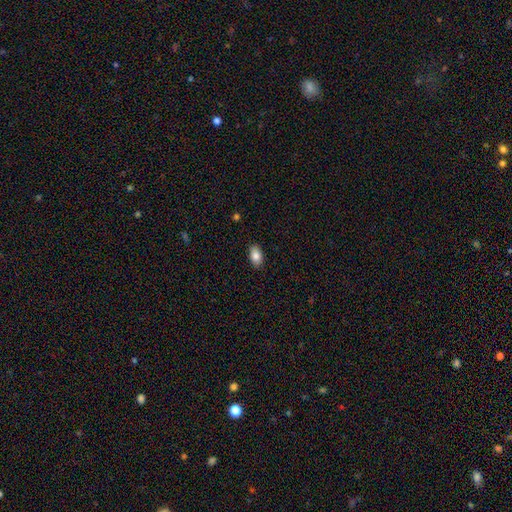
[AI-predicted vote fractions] This appears to be a smooth galaxy with no disk features (85%) that is in between round and cigar-shaped (92%). Merging: none (88%).